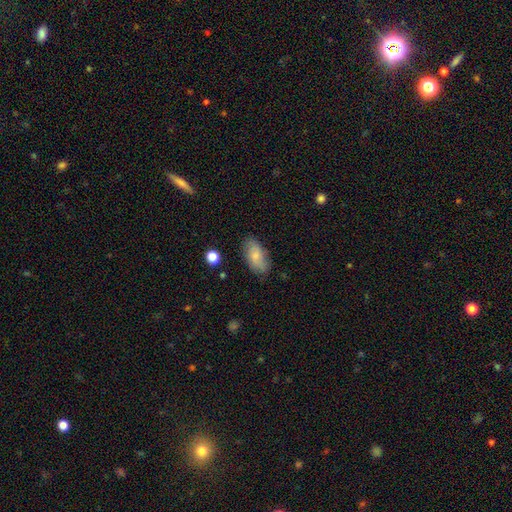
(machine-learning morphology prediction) Overall: smooth (77%). How rounded: in between (92%). Merging: none (79%).